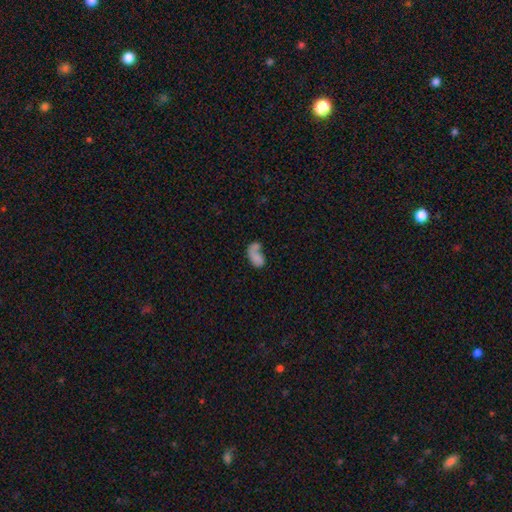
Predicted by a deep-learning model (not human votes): smooth_or_featured: smooth (p=0.68) [alt: featured or disk p=0.22]
how_rounded: in between (p=0.90) [alt: round p=0.08]
merging: merger (p=0.31) [alt: none p=0.27]